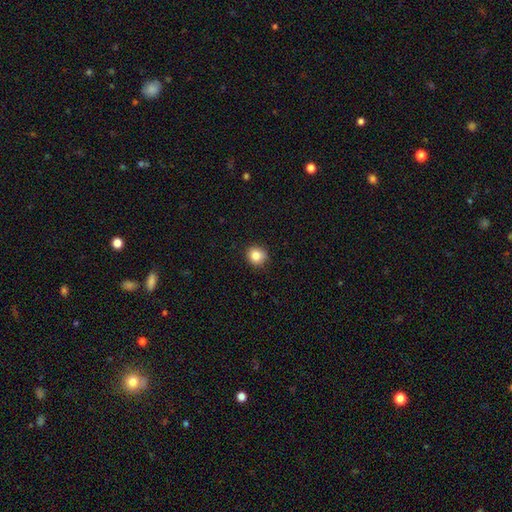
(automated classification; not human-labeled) Q: Smooth or featured?
A: smooth (84%); runner-up: star or artifact (10%)
Q: How rounded?
A: round (88%); runner-up: in between (11%)
Q: Merging?
A: none (88%); runner-up: minor disturbance (9%)